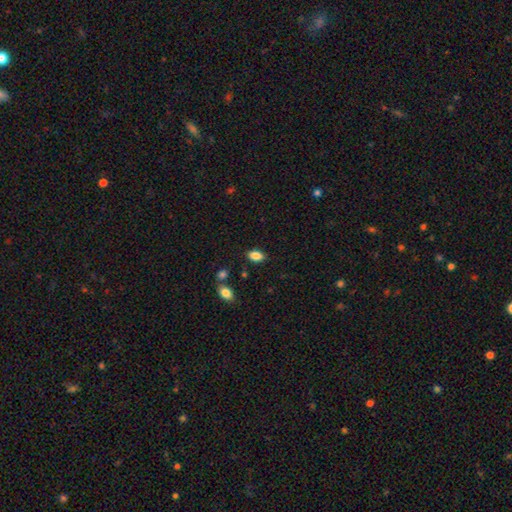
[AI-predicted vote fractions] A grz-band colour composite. It shows a smooth galaxy with no disk features (85%) that is in between round and cigar-shaped (89%). Merging: none (84%).